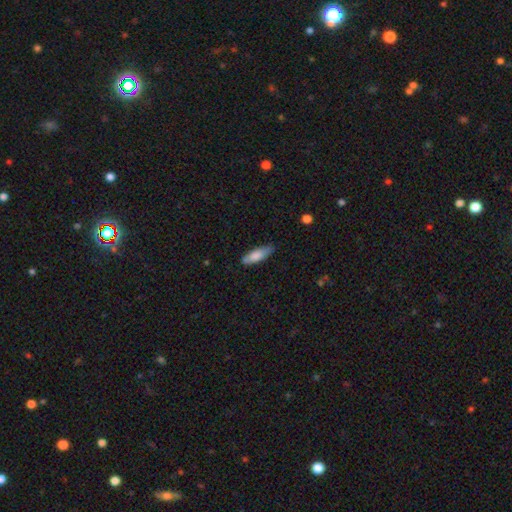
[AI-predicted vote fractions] This is likely a smooth galaxy (79%). How rounded: possibly in between (56%). Merging: likely none (72%).